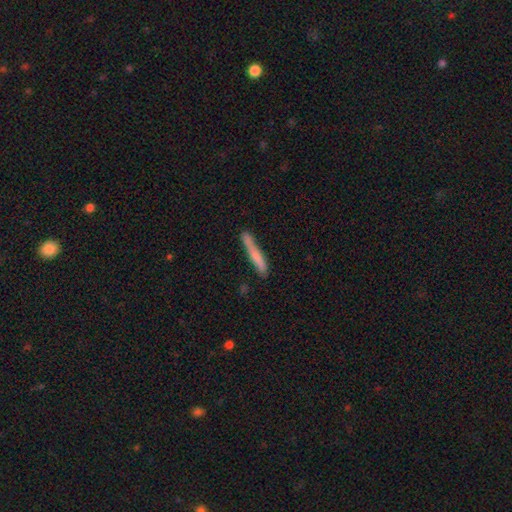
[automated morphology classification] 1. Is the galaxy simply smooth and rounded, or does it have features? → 69% smooth, 25% featured or disk, 6% star or artifact.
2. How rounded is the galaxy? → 95% cigar-shaped, 3% in between, 1% round.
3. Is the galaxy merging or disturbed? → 74% none, 18% minor disturbance, 5% merger, 4% major disturbance.